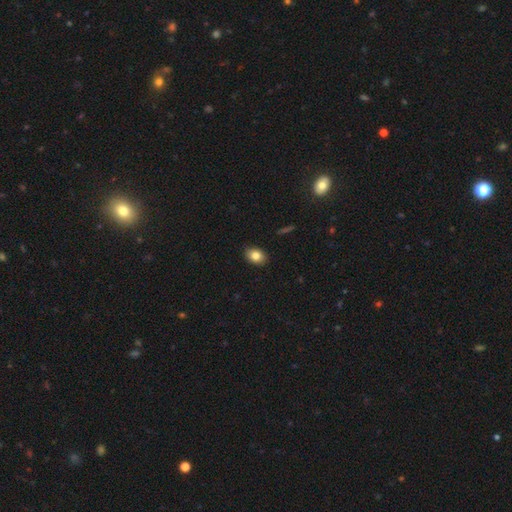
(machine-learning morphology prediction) smooth 82%, featured or disk 9%, star or artifact 9%. Down the decision tree: how rounded — in between (76%); merging — none (89%).